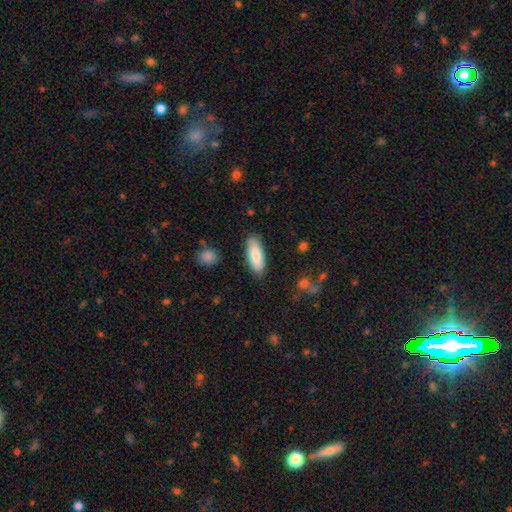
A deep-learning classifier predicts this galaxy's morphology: A smooth galaxy with no disk features (85%) that is in between round and cigar-shaped (65%).

Vote fractions:
- Smooth or featured? smooth: 85% / featured or disk: 9% / star or artifact: 6%
- How rounded? in between: 65% / cigar-shaped: 33% / round: 2%
- Merging? none: 85% / minor disturbance: 10% / major disturbance: 2% / merger: 2%